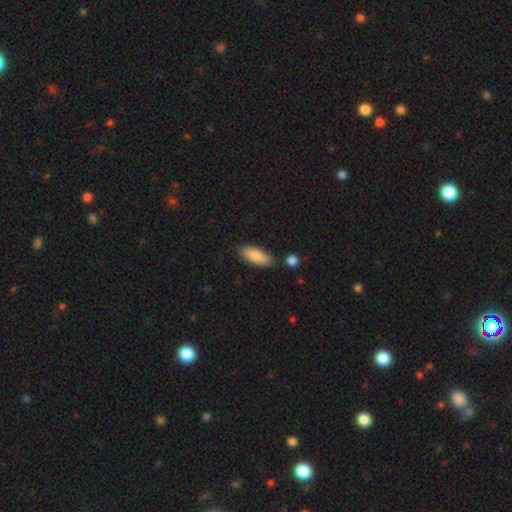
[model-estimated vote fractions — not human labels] Smooth or featured: smooth — 86% (featured or disk — 8%)
How rounded: in between — 79% (cigar-shaped — 19%)
Merging: none — 81% (minor disturbance — 13%)